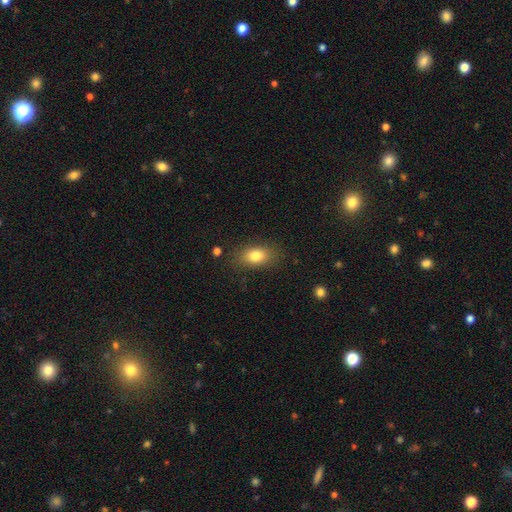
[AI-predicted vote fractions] A smooth galaxy with no disk features (81%) that is in between round and cigar-shaped (82%). Merging: none (82%).